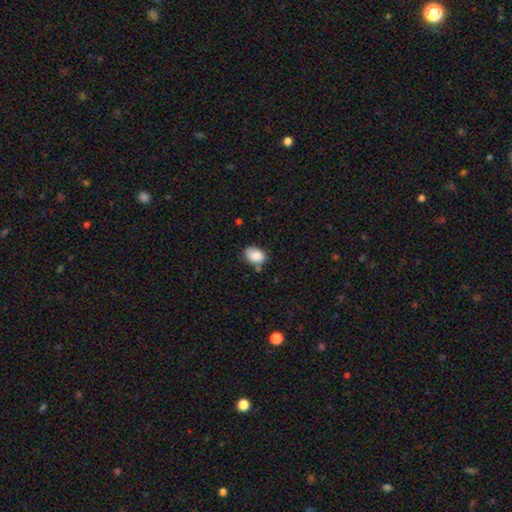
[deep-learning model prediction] smooth_or_featured: smooth (p=0.86) [alt: star or artifact p=0.08]
how_rounded: in between (p=0.81) [alt: round p=0.17]
merging: none (p=0.64) [alt: minor disturbance p=0.24]